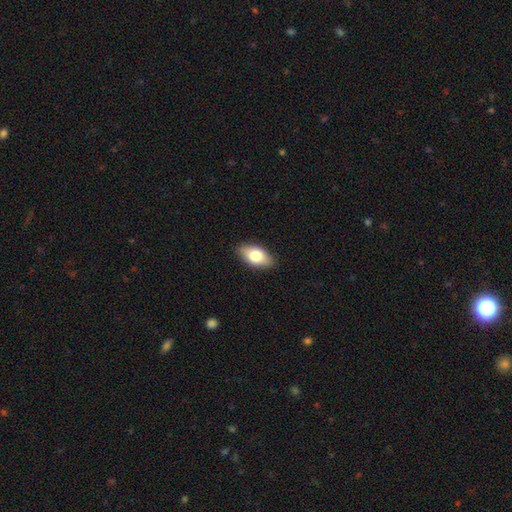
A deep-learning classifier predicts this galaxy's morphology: type=smooth (76%); roundness=in between (91%); merging=none (88%).